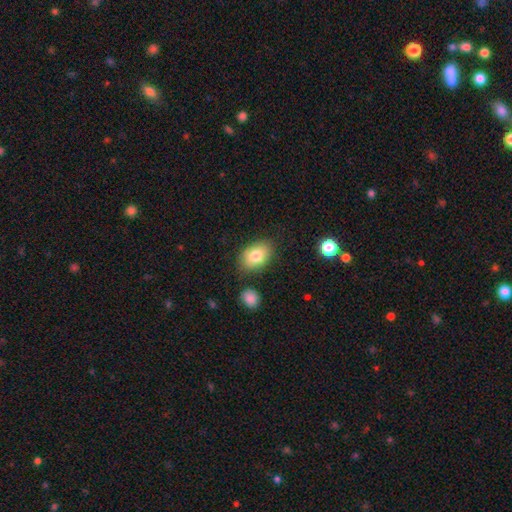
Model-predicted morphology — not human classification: Smooth or featured? smooth (80%)
How rounded? in between (84%)
Merging? none (79%)